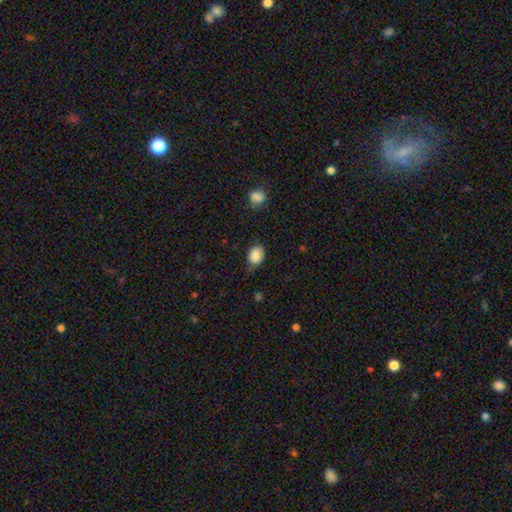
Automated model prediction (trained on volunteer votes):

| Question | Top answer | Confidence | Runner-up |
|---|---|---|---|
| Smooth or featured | smooth | 86% | star or artifact (8%) |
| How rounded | in between | 69% | round (30%) |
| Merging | none | 71% | minor disturbance (24%) |